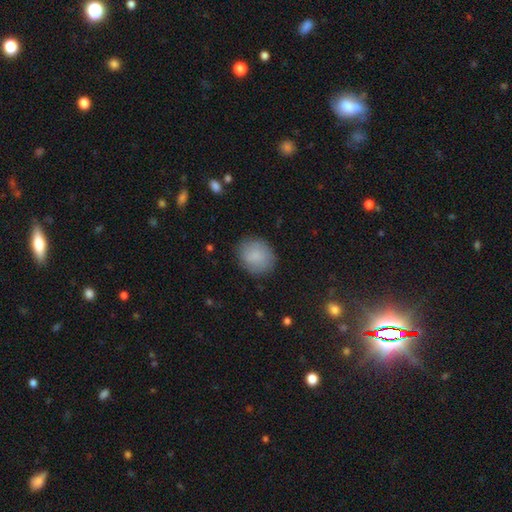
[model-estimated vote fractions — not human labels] Smooth or featured? smooth (83%)
How rounded? round (74%)
Merging? none (84%)